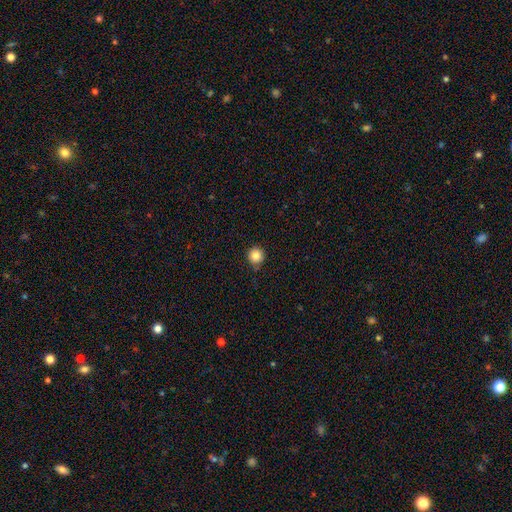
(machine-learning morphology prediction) Smooth or featured? Predicted: smooth (p=0.85). How rounded? Predicted: round (p=0.95). Merging? Predicted: none (p=0.86).